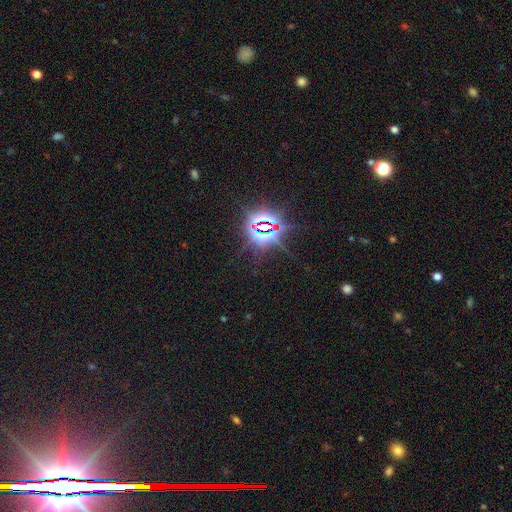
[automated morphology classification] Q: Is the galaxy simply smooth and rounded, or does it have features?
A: star or artifact — 84%.